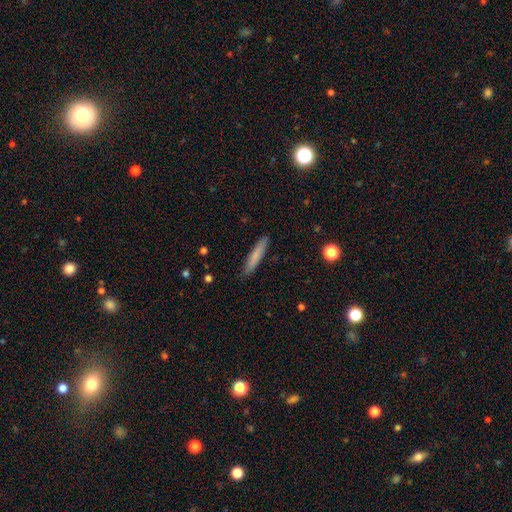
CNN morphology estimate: Q: Smooth or featured?
A: smooth (77%); runner-up: featured or disk (17%)
Q: How rounded?
A: cigar-shaped (92%); runner-up: in between (6%)
Q: Merging?
A: none (89%); runner-up: minor disturbance (8%)